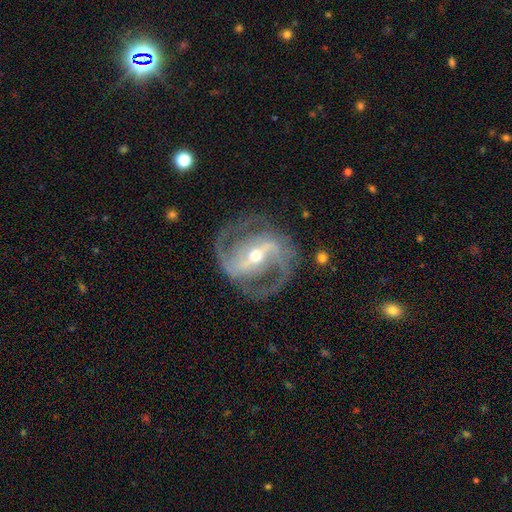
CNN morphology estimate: type=featured or disk (92%); edge-on=no (97%); bar=strong (65%); spiral arms=yes (97%); winding=medium (58%); arm count=2 (90%); bulge=moderate (50%); merging=none (80%).